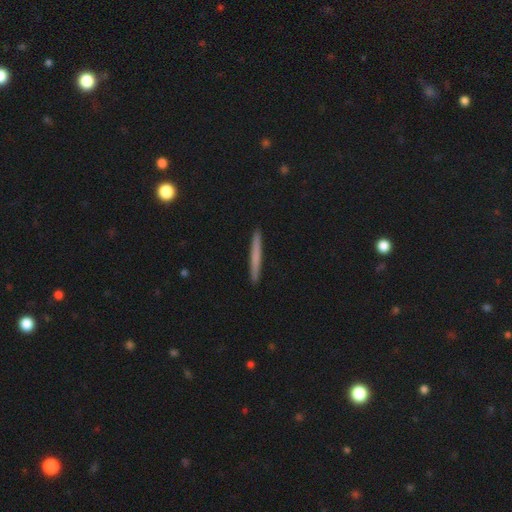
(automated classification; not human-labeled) Q: Smooth or featured?
A: smooth (65%); runner-up: featured or disk (29%)
Q: How rounded?
A: cigar-shaped (97%); runner-up: in between (2%)
Q: Merging?
A: none (93%); runner-up: minor disturbance (5%)